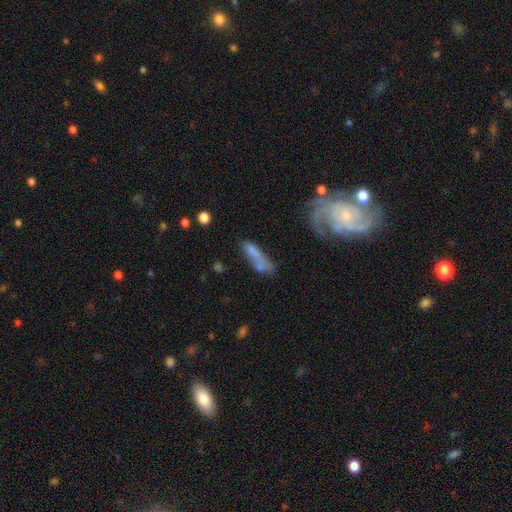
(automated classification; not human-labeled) The model was most divided on "smooth or featured": smooth: 53%, featured or disk: 36%, star or artifact: 11%. Remaining: how rounded — cigar-shaped (62%); merging — none (43%).